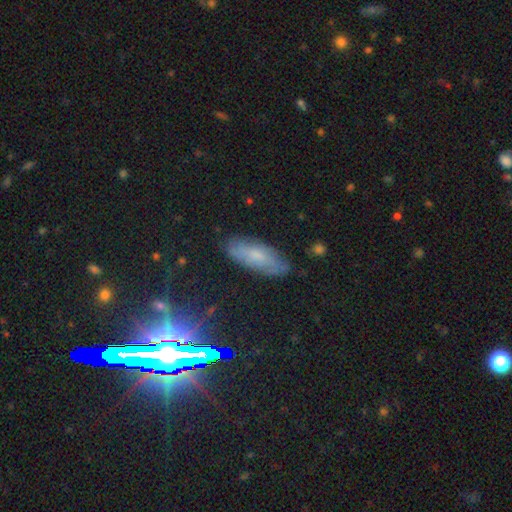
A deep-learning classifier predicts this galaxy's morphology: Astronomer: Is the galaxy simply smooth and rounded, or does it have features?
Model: smooth — 55%.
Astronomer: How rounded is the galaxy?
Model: in between — 73%.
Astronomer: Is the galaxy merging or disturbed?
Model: none — 77%.